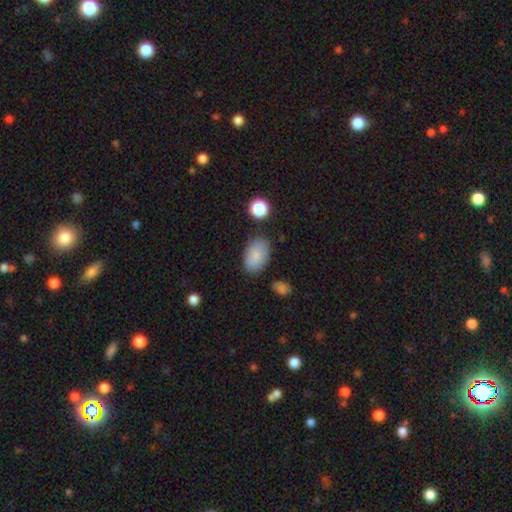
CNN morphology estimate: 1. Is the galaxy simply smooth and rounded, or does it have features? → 84% smooth, 9% featured or disk, 8% star or artifact.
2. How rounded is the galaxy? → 91% in between, 8% round, 1% cigar-shaped.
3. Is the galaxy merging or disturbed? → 78% none, 15% minor disturbance, 4% major disturbance, 3% merger.